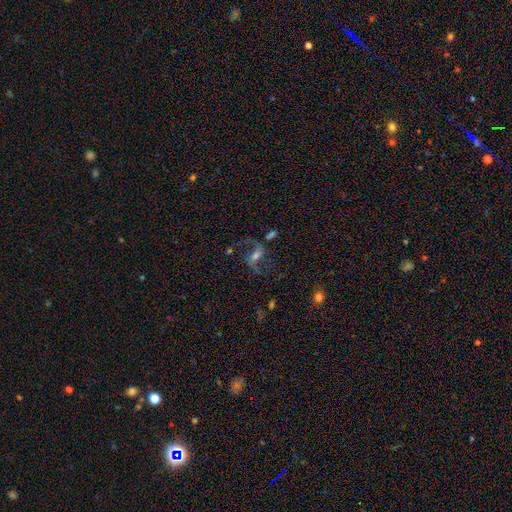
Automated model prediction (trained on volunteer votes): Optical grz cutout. It shows a featured or disk galaxy (75%) with a weak bar (43%), 2 (90%) loose (64%) spiral arms (92%) and a moderate central bulge (55%). Merging: none (64%).